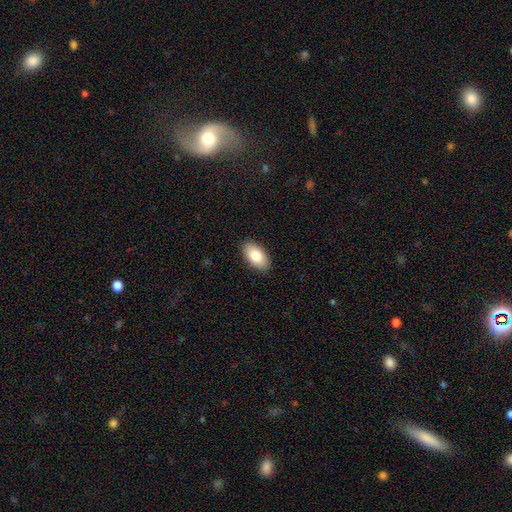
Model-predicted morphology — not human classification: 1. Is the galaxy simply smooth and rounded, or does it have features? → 82% smooth, 12% featured or disk, 6% star or artifact.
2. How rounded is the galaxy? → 94% in between, 3% round, 2% cigar-shaped.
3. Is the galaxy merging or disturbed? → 89% none, 8% minor disturbance, 2% major disturbance, 1% merger.